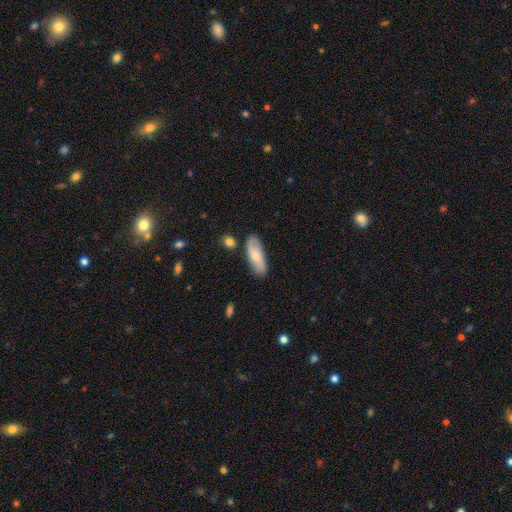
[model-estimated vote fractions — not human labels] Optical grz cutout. It shows a smooth galaxy with no disk features (63%) that is in between round and cigar-shaped (70%). Merging: none (77%).